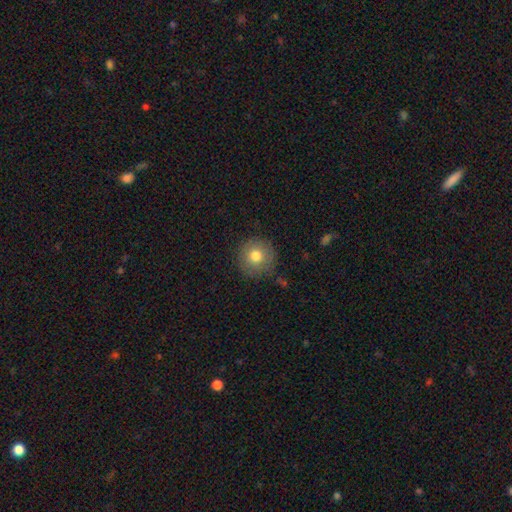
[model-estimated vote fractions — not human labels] Morphology: type=smooth (78%); roundness=round (95%); merging=none (85%).